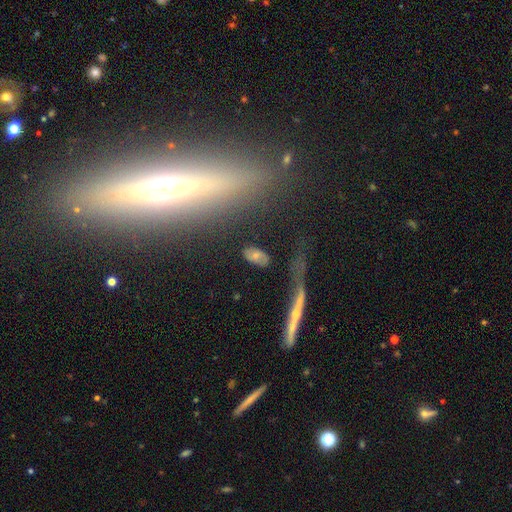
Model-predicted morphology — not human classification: The model was most divided on "smooth or featured": smooth: 60%, featured or disk: 27%, star or artifact: 13%. More confident: how rounded — in between (90%); merging — none (76%).